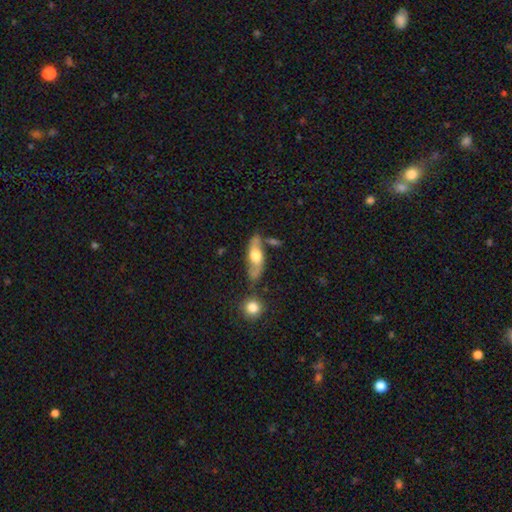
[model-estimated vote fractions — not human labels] Morphology: type=featured or disk (53%); edge-on=no (65%); merging=none (61%).